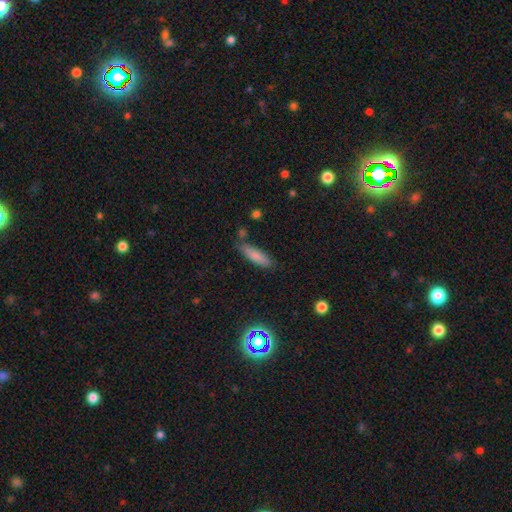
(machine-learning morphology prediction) This is clearly a smooth galaxy (81%). How rounded: possibly cigar-shaped (57%). Merging: likely none (75%).